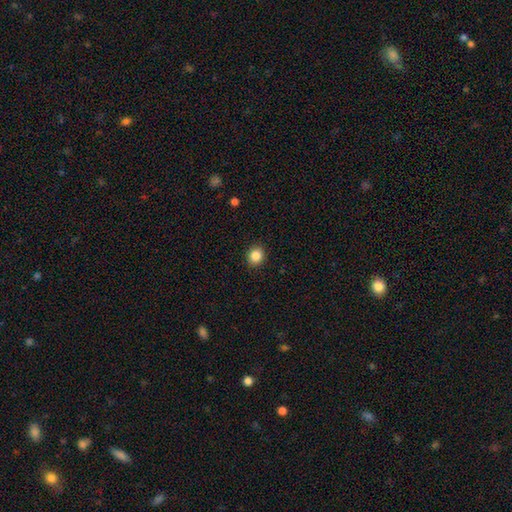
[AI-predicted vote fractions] This appears to be a smooth galaxy with no disk features (86%) that is round (69%). Merging: none (91%).